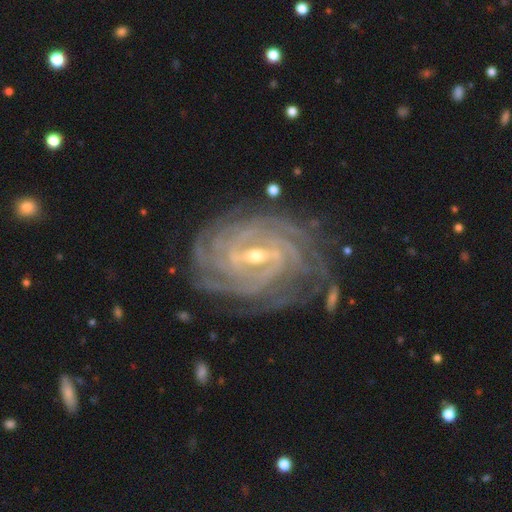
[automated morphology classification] This appears to be a featured or disk galaxy (92%) with a strong bar (47%), 4 (30%) tight (82%) spiral arms (98%) and a small central bulge (52%). Merging: none (75%).